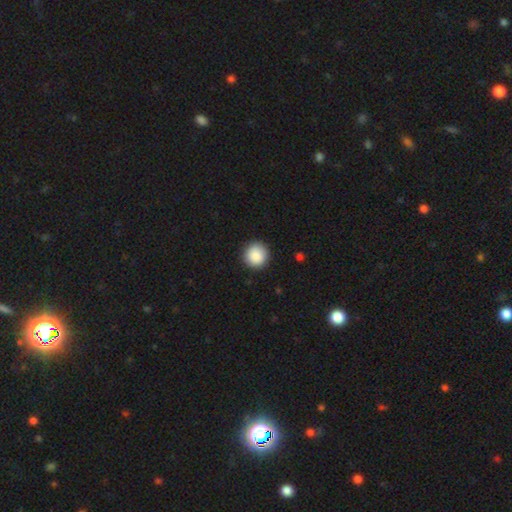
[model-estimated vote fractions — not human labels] smooth 89%, star or artifact 8%, featured or disk 3%. Down the decision tree: how rounded — round (95%); merging — none (92%).